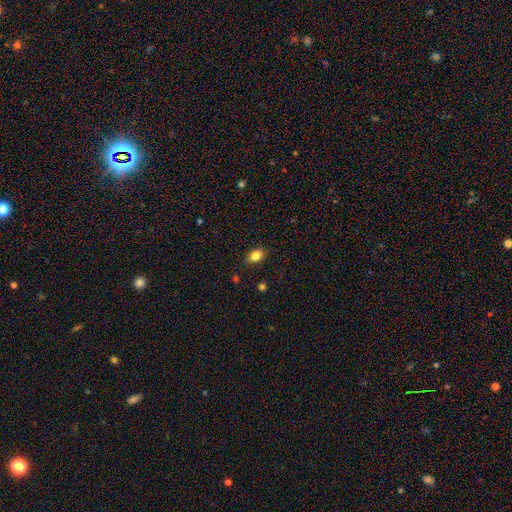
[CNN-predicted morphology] smooth 84%, star or artifact 10%, featured or disk 6%. Down the decision tree: how rounded — in between (80%); merging — none (86%).